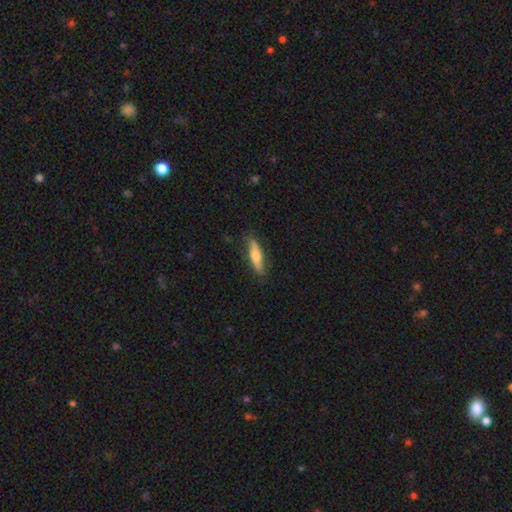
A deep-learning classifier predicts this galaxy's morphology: smooth-or-featured: smooth: 50% | featured or disk: 45% | star or artifact: 5%
  merging: none: 81% | minor disturbance: 15% | major disturbance: 3% | merger: 1%